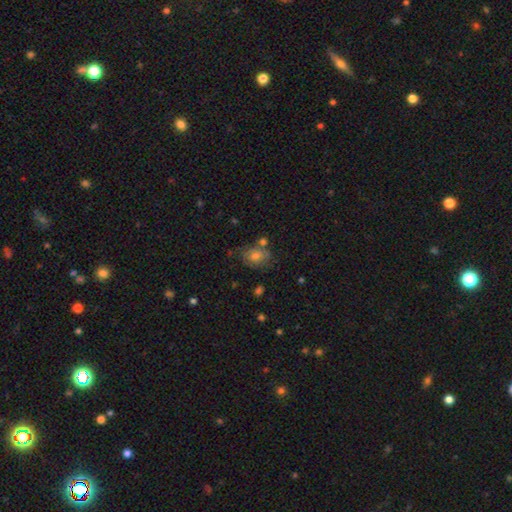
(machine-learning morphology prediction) smooth 63%, featured or disk 23%, star or artifact 14%. Down the decision tree: how rounded — in between (53%); merging — none (61%).